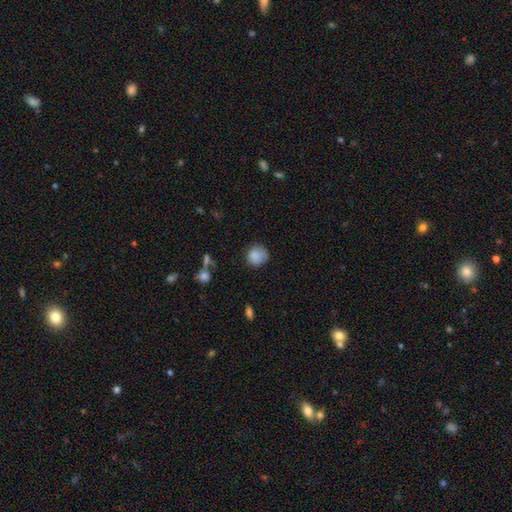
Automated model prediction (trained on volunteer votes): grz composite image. It shows a smooth galaxy with no disk features (86%) that is round (85%). Merging: none (70%).